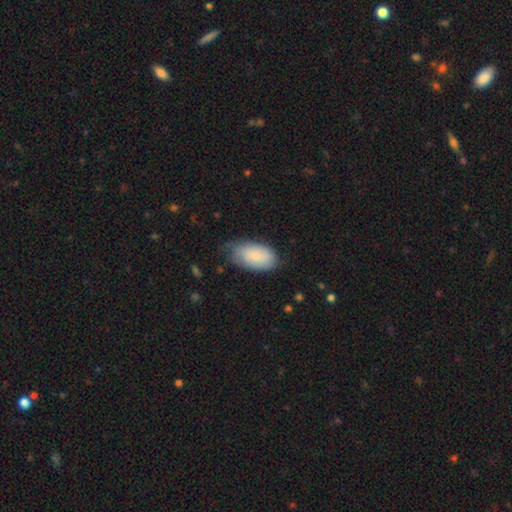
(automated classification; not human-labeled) Overall: smooth (66%; featured or disk 28%). How rounded: in between (94%). Merging: none (57%; minor disturbance 33%).